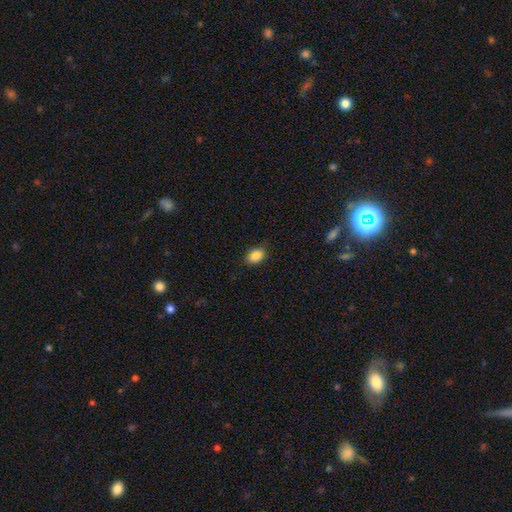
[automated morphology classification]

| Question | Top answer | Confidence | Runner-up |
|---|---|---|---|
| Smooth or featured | smooth | 77% | star or artifact (15%) |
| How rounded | in between | 73% | round (25%) |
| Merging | none | 79% | minor disturbance (15%) |